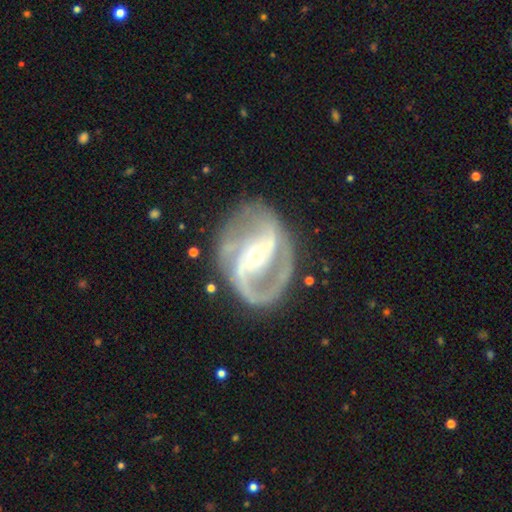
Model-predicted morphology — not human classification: Smooth or featured? featured or disk (91%)
Edge-on disk? no (97%)
Bar? strong (41%)
Spiral arms? yes (97%)
Spiral winding? medium (56%)
Spiral arm count? 2 (80%)
Bulge size? small (56%)
Merging? none (71%)